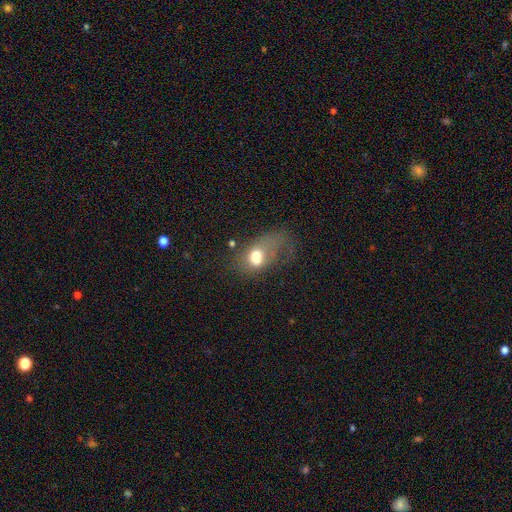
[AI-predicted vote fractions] Smooth or featured? smooth (61%)
How rounded? in between (77%)
Merging? major disturbance (55%)